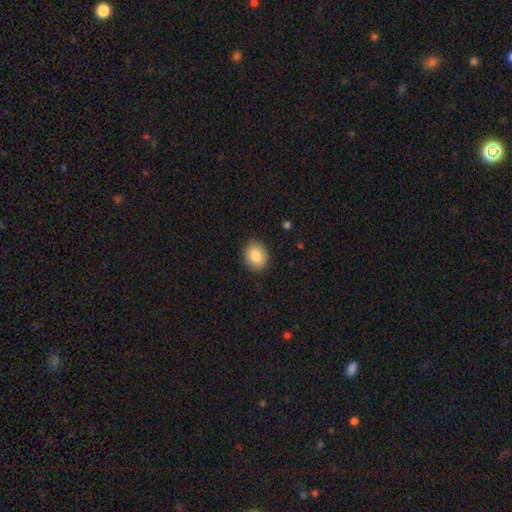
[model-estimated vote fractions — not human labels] Q: Smooth or featured?
A: smooth (85%); runner-up: star or artifact (8%)
Q: How rounded?
A: round (65%); runner-up: in between (34%)
Q: Merging?
A: none (90%); runner-up: minor disturbance (7%)